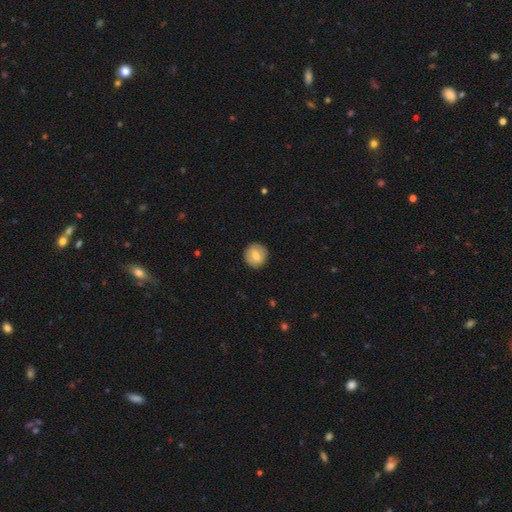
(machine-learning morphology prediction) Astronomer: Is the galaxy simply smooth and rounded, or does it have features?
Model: smooth — 69%.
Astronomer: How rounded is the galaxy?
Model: round — 90%.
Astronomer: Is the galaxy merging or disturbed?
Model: none — 89%.